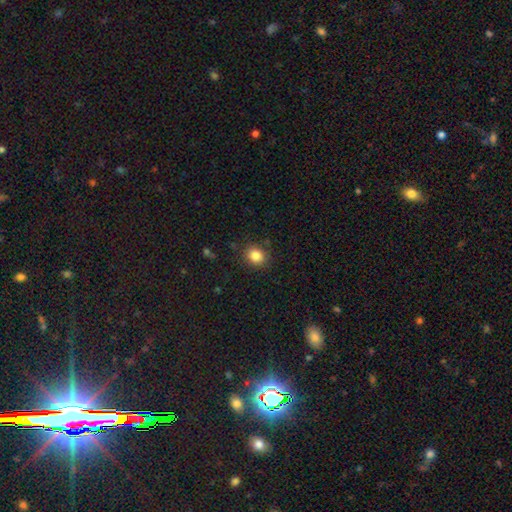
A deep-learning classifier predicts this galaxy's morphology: This is clearly a smooth galaxy (85%). How rounded: likely round (67%). Merging: clearly none (86%).